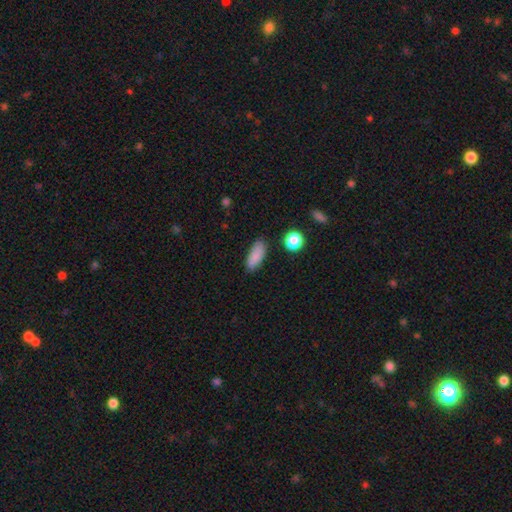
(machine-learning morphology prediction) This is clearly a smooth galaxy (85%). How rounded: likely in between (77%). Merging: likely none (79%).